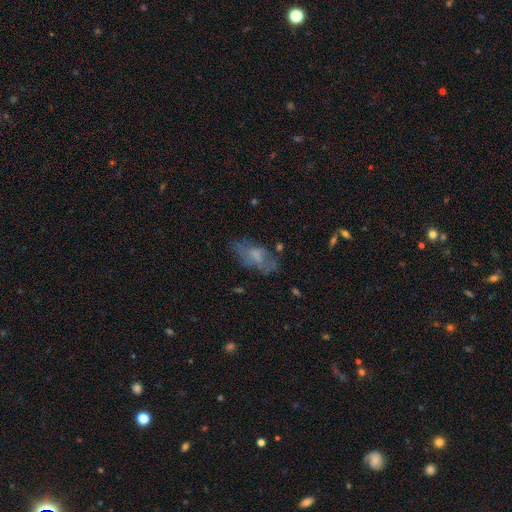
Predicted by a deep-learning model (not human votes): A smooth galaxy with no disk features (46%). Merging: none (53%).